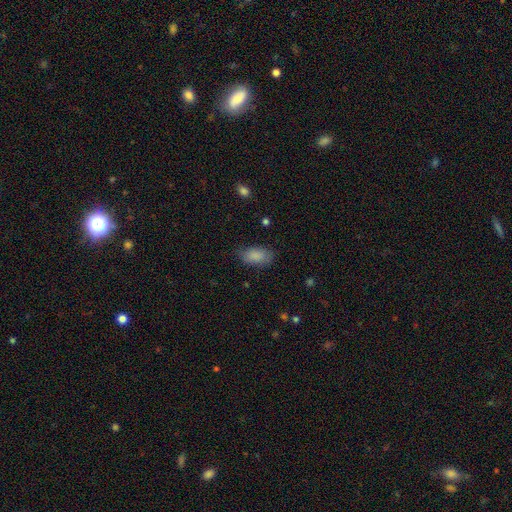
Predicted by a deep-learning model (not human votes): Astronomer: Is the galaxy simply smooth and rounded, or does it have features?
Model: smooth — 88%.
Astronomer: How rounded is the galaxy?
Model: in between — 92%.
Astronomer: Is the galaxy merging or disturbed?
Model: none — 78%.